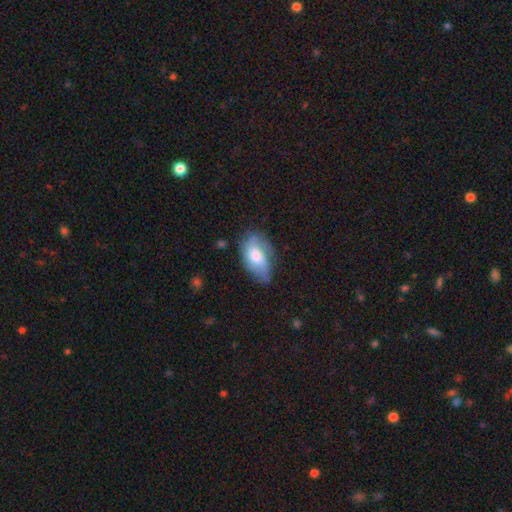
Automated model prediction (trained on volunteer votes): This is possibly a smooth galaxy (50%). Merging: possibly none (55%).